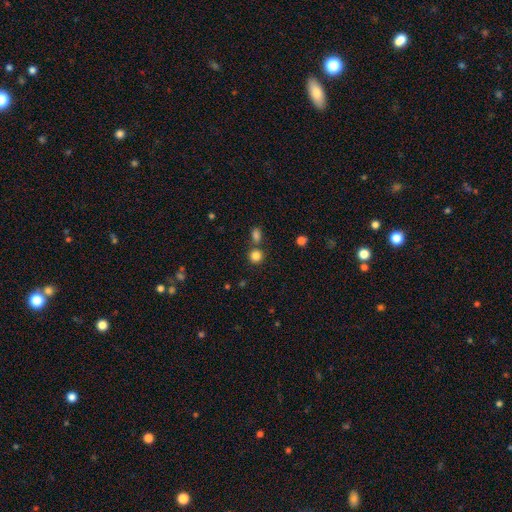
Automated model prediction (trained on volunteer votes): Q: Smooth or featured?
A: smooth (83%); runner-up: star or artifact (12%)
Q: How rounded?
A: round (89%); runner-up: in between (10%)
Q: Merging?
A: none (70%); runner-up: merger (19%)